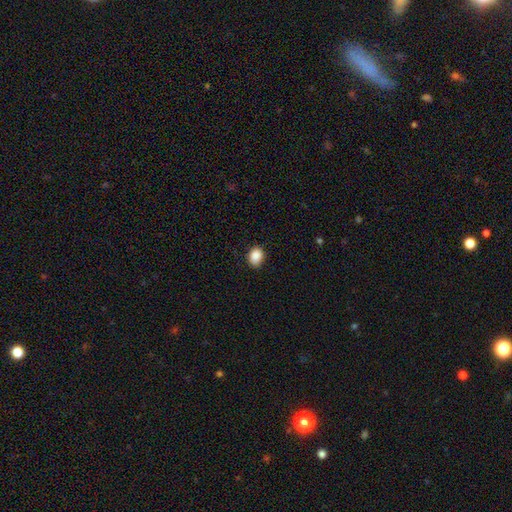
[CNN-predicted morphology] type=smooth (88%); roundness=in between (53%); merging=none (77%).